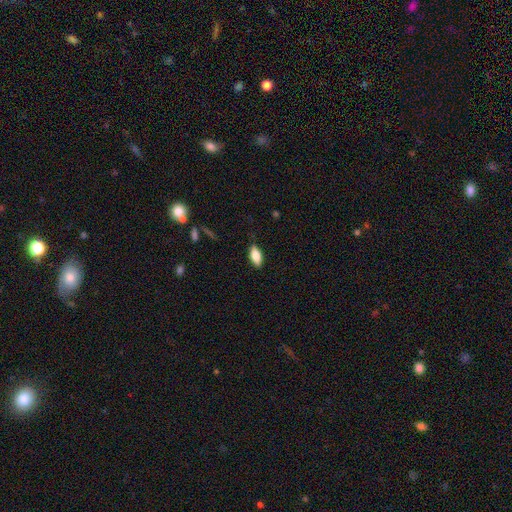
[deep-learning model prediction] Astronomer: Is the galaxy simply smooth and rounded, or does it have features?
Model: smooth — 78%.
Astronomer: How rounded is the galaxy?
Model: in between — 84%.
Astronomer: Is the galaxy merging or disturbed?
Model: none — 85%.